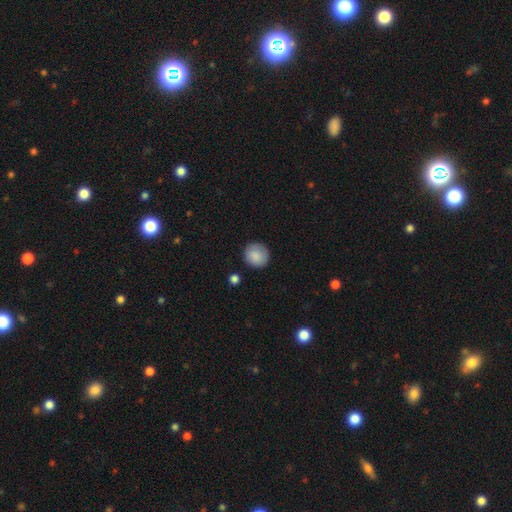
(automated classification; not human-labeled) This appears to be a smooth galaxy with no disk features (87%) that is round (91%). Merging: none (86%).